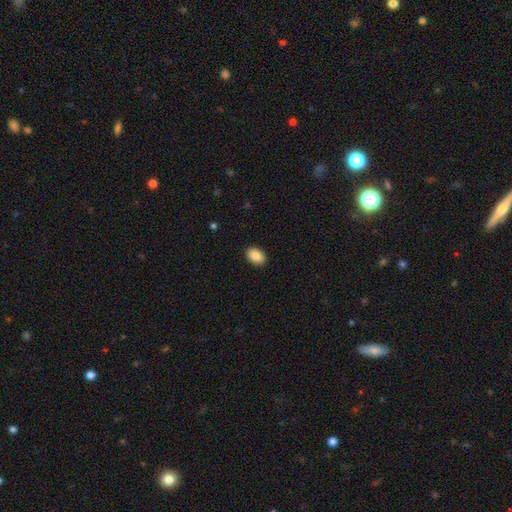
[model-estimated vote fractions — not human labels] The model was most divided on "how rounded": in between: 87%, round: 12%, cigar-shaped: 1%. More confident: merging — none (90%); smooth or featured — smooth (88%).